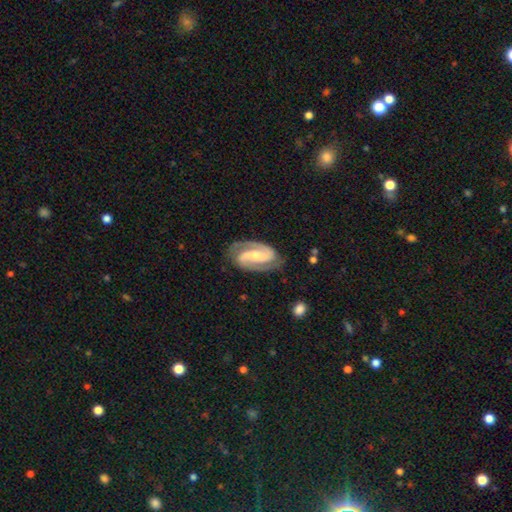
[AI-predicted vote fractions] Smooth or featured: featured or disk — 90% (smooth — 6%)
Edge-on disk: no — 97% (yes — 3%)
Bar: strong — 43% (weak — 34%)
Spiral arms: yes — 98% (no — 2%)
Spiral winding: medium — 52% (tight — 31%)
Spiral arm count: 2 — 93% (can't tell — 2%)
Bulge size: small — 49% (moderate — 42%)
Merging: none — 80% (minor disturbance — 14%)